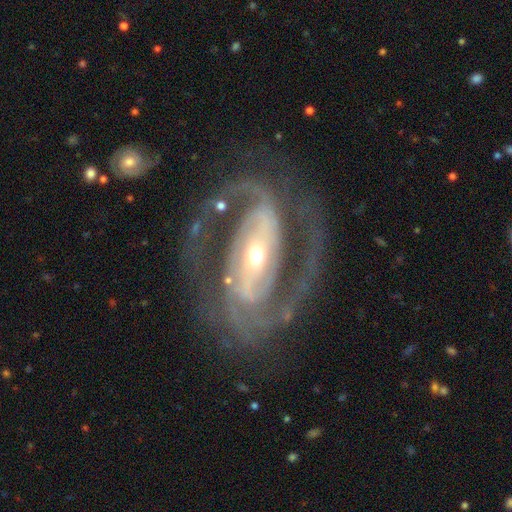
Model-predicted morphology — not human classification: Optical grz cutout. It shows a featured or disk galaxy (92%) with a strong bar (56%), 2 (87%) medium (54%) spiral arms (97%) and a small central bulge (48%). Merging: none (74%).